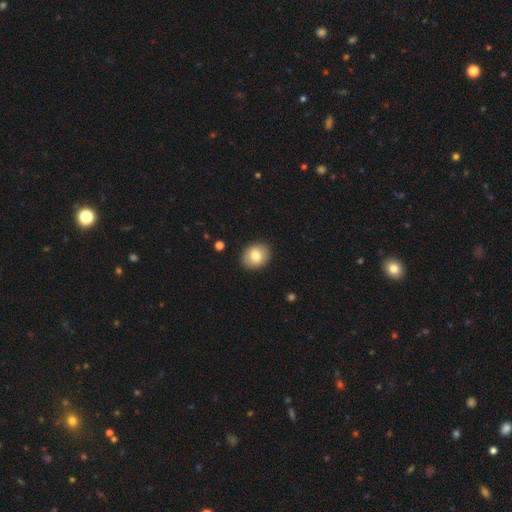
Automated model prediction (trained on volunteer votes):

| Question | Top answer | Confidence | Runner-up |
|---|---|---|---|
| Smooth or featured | smooth | 80% | featured or disk (12%) |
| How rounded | round | 55% | in between (44%) |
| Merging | none | 90% | minor disturbance (7%) |